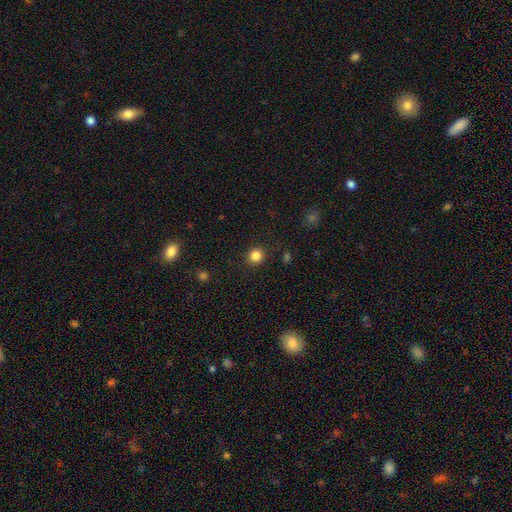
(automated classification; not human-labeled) Overall: smooth (85%). How rounded: round (91%). Merging: none (90%).